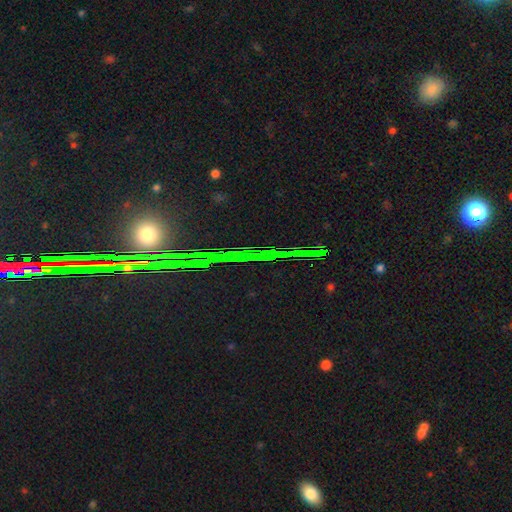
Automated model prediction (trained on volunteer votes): smooth_or_featured: star or artifact (p=0.76) [alt: featured or disk p=0.13]